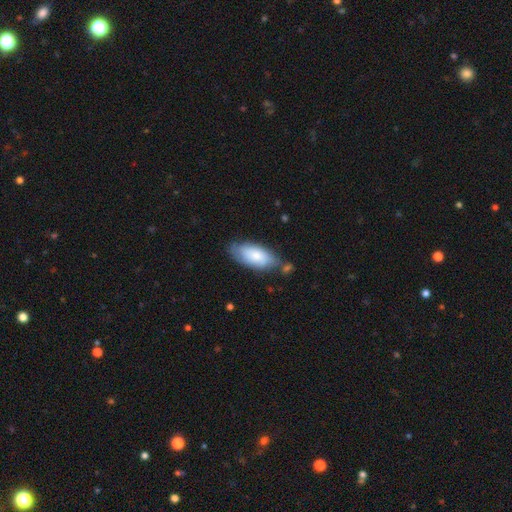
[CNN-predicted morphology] Q: Smooth or featured?
A: smooth (75%); runner-up: featured or disk (20%)
Q: How rounded?
A: in between (89%); runner-up: cigar-shaped (9%)
Q: Merging?
A: none (64%); runner-up: minor disturbance (24%)